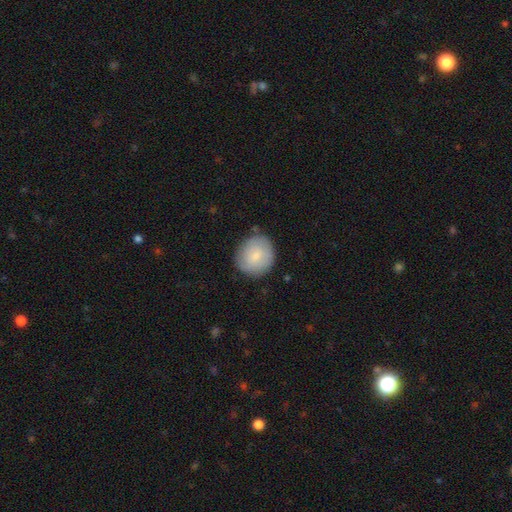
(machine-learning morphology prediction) Smooth or featured? smooth (77%)
How rounded? round (86%)
Merging? none (81%)